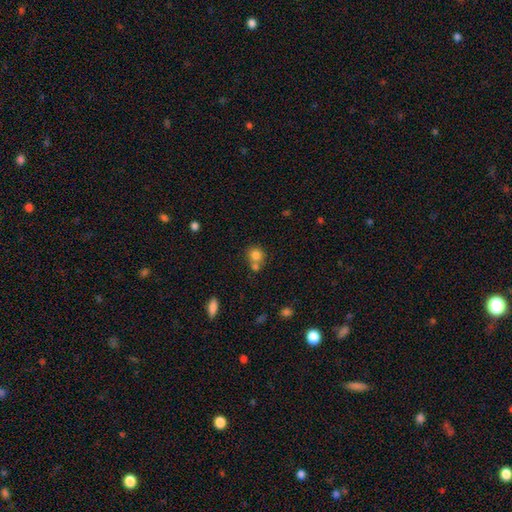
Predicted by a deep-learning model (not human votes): Q: Smooth or featured?
A: smooth (80%); runner-up: star or artifact (11%)
Q: How rounded?
A: round (79%); runner-up: in between (20%)
Q: Merging?
A: none (48%); runner-up: merger (40%)